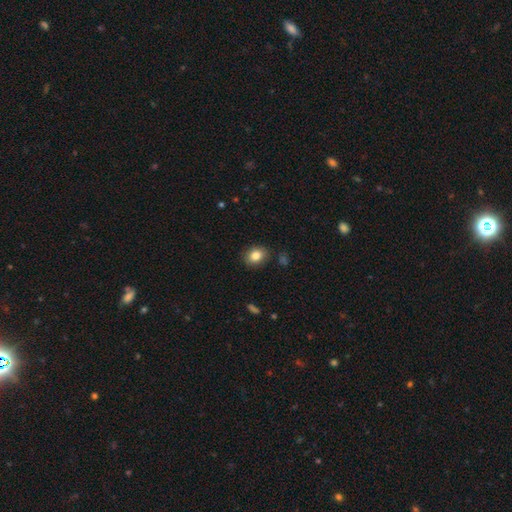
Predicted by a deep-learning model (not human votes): A smooth galaxy with no disk features (83%) that is round (50%, tied with in between).

Vote fractions:
- Smooth or featured? smooth: 83% / star or artifact: 9% / featured or disk: 8%
- How rounded? round: 50% (tied) / in between: 50% (tied) / cigar-shaped: 1%
- Merging? none: 86% / minor disturbance: 10% / major disturbance: 2% / merger: 2%